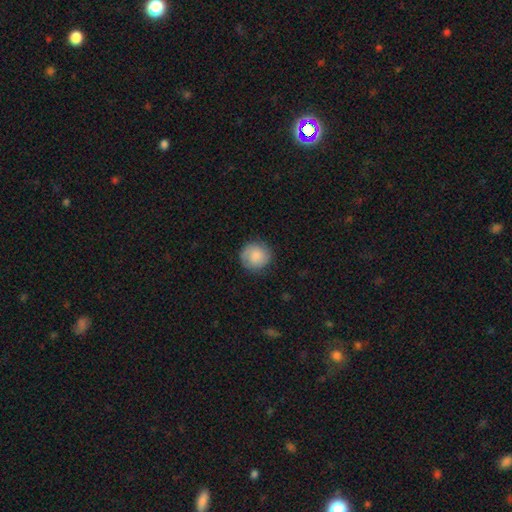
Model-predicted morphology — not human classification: The model was most divided on "smooth or featured": smooth: 78%, featured or disk: 15%, star or artifact: 7%. More confident: how rounded — round (92%); merging — none (84%).